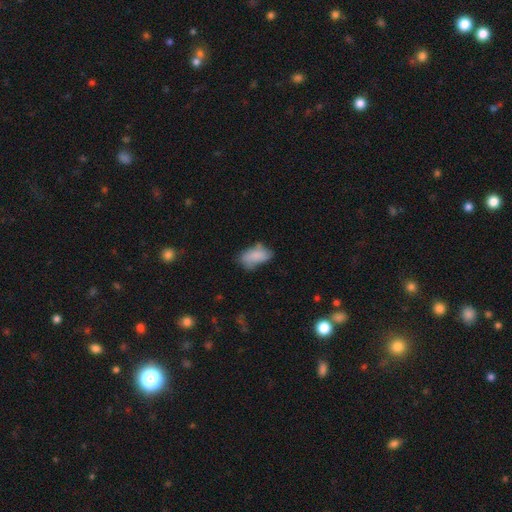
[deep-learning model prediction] A smooth galaxy with no disk features (79%) that is in between round and cigar-shaped (91%). Merging: none (47%).